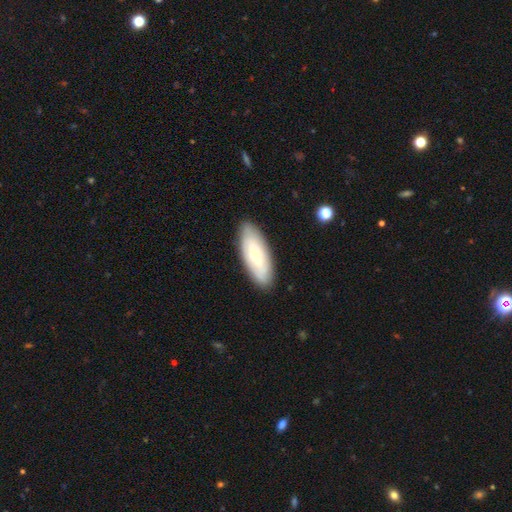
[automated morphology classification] Q: Smooth or featured?
A: smooth (54%); runner-up: featured or disk (40%)
Q: How rounded?
A: in between (74%); runner-up: cigar-shaped (24%)
Q: Merging?
A: none (86%); runner-up: minor disturbance (11%)